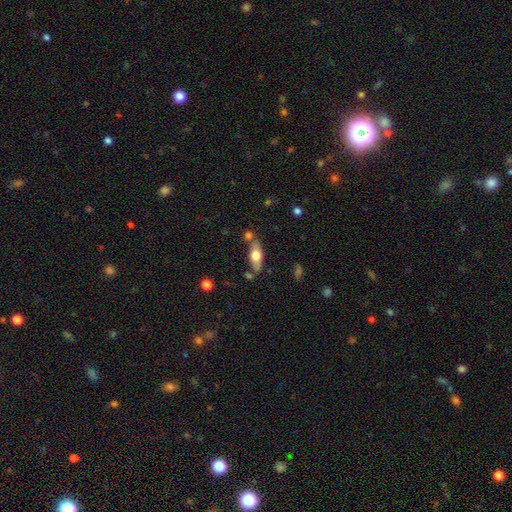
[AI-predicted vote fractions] This appears to be a smooth galaxy with no disk features (57%) that is in between round and cigar-shaped (68%). Merging: none (68%).